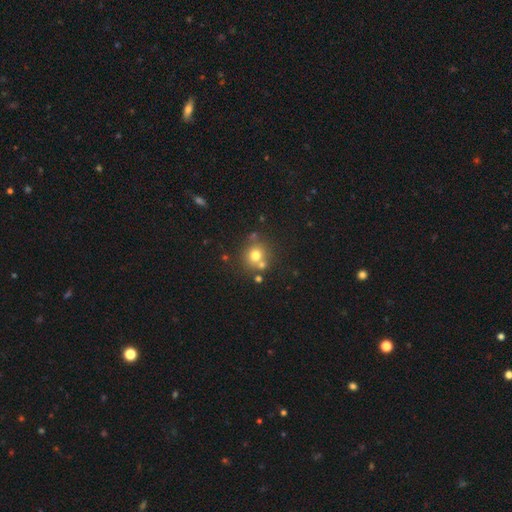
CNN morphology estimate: This is likely a smooth galaxy (71%). How rounded: clearly round (87%). Merging: likely none (66%).